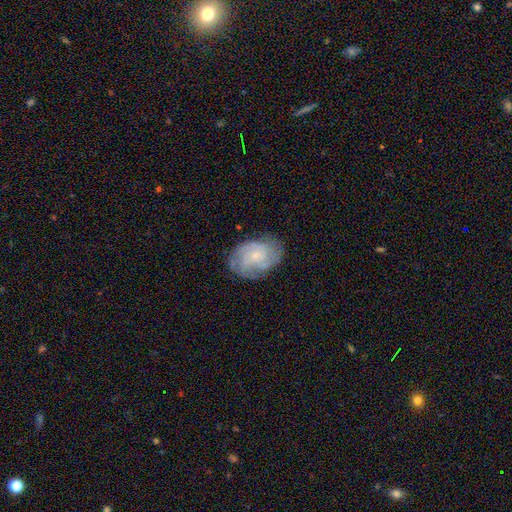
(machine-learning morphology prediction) featured or disk 74%, smooth 19%, star or artifact 7%. Down the decision tree: edge-on disk — no (97%); bar — no (72%); spiral arms — yes (93%); spiral arm count — can't tell (32%); spiral winding — tight (54%); bulge size — small (73%); merging — none (74%).